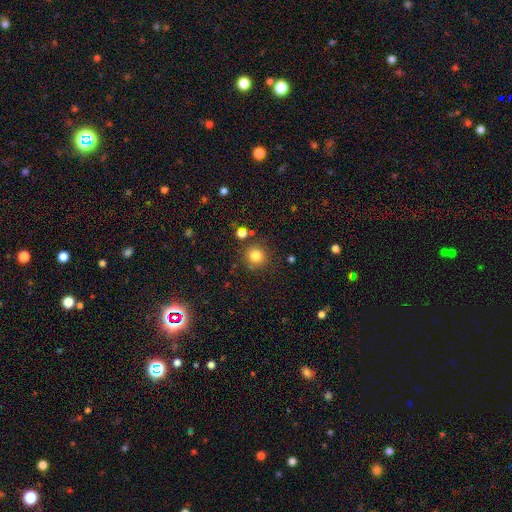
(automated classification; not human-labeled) A smooth galaxy with no disk features (81%) that is round (93%).

Vote fractions:
- Smooth or featured? smooth: 81% / star or artifact: 13% / featured or disk: 6%
- How rounded? round: 93% / in between: 6% / cigar-shaped: 1%
- Merging? none: 84% / minor disturbance: 8% / merger: 4% / major disturbance: 3%